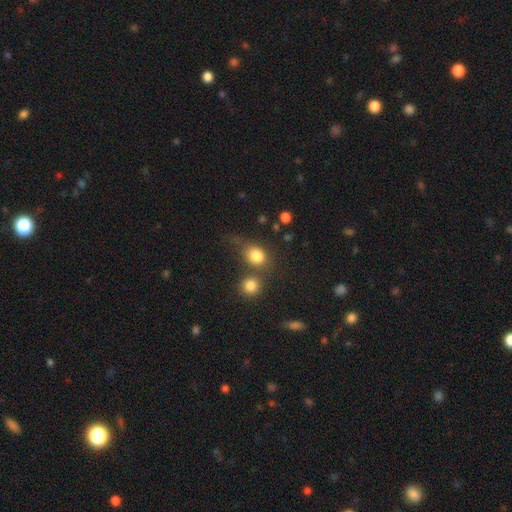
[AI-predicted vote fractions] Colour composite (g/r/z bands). It shows a smooth galaxy with no disk features (82%) that is round (59%). Merging: none (47%).